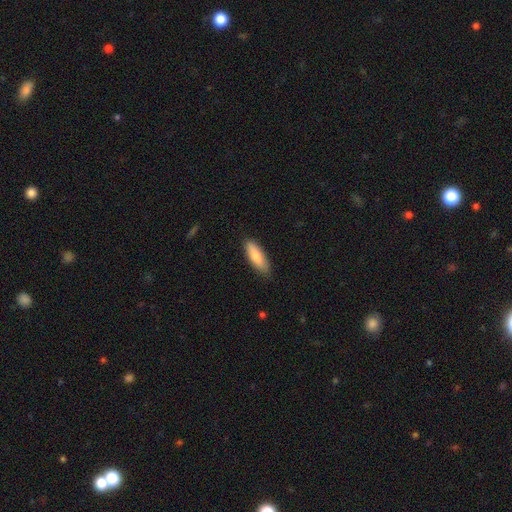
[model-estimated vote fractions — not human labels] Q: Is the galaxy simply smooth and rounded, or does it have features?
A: smooth — 82%.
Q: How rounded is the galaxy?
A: in between — 52%.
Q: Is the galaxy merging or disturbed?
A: none — 84%.